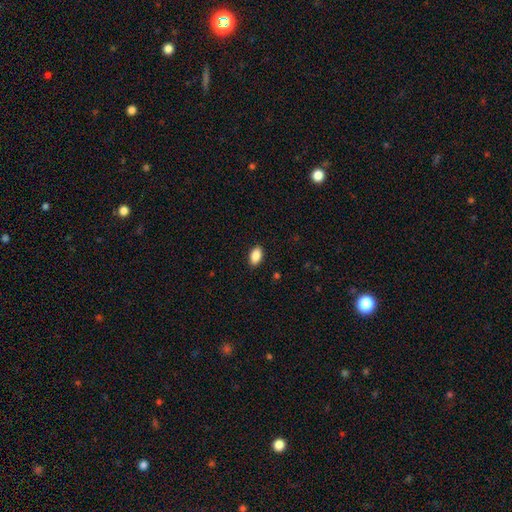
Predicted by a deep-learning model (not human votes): smooth_or_featured: smooth (p=0.89) [alt: star or artifact p=0.07]
how_rounded: in between (p=0.92) [alt: round p=0.06]
merging: none (p=0.89) [alt: minor disturbance p=0.08]